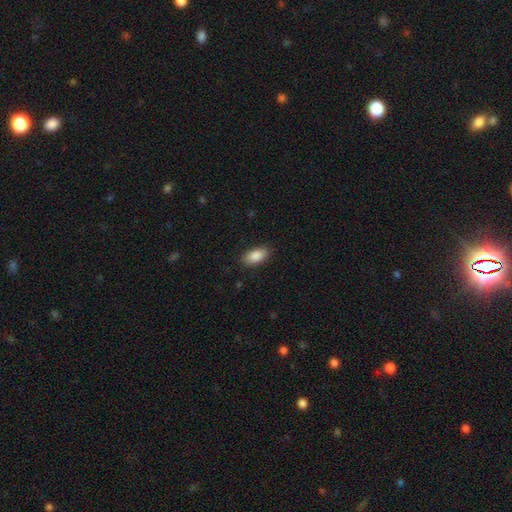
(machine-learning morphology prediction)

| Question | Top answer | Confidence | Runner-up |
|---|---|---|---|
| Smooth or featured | smooth | 88% | star or artifact (7%) |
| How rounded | in between | 93% | cigar-shaped (4%) |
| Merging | none | 87% | minor disturbance (9%) |